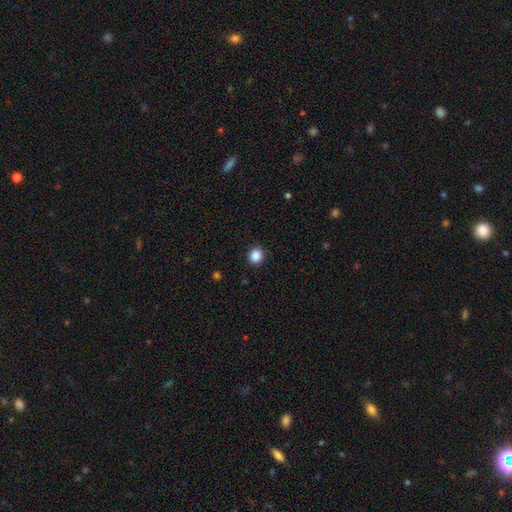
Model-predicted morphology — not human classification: A smooth galaxy with no disk features (87%) that is round (82%).

Vote fractions:
- Smooth or featured? smooth: 87% / star or artifact: 10% / featured or disk: 3%
- How rounded? round: 82% / in between: 17% / cigar-shaped: 1%
- Merging? none: 89% / minor disturbance: 7% / major disturbance: 2% / merger: 1%